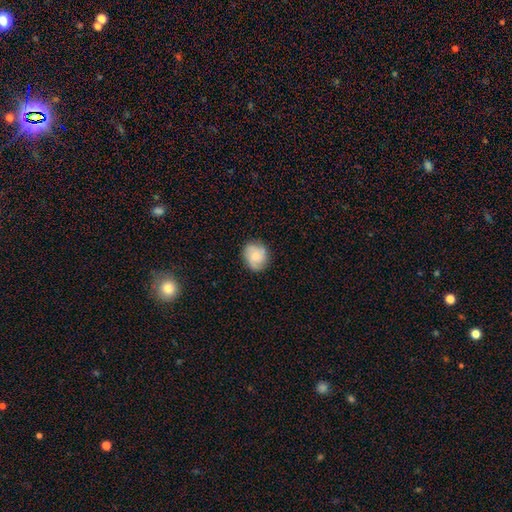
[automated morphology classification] Q: Smooth or featured?
A: smooth (54%); runner-up: featured or disk (39%)
Q: How rounded?
A: round (71%); runner-up: in between (28%)
Q: Merging?
A: none (80%); runner-up: minor disturbance (15%)